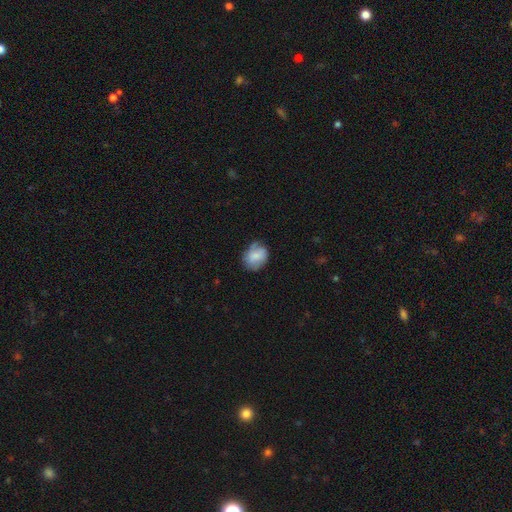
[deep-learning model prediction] The model was most divided on "how rounded": in between: 51%, round: 48%, cigar-shaped: 1%. More confident: smooth or featured — smooth (72%); merging — none (58%).